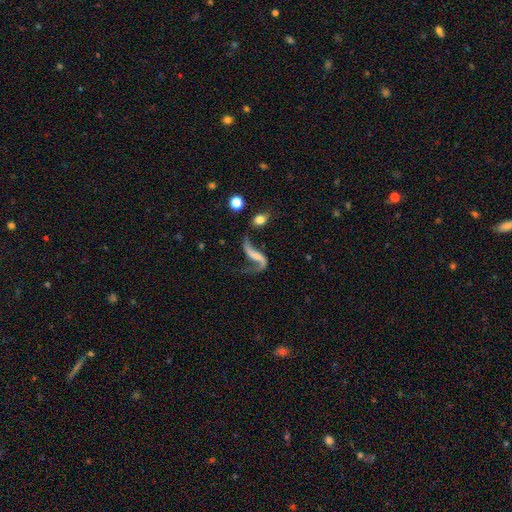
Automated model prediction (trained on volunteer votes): Smooth or featured? featured or disk (78%)
Edge-on disk? no (93%)
Bar? no (37%)
Spiral arms? yes (88%)
Spiral winding? loose (91%)
Spiral arm count? 2 (82%)
Bulge size? none (57%)
Merging? none (43%)